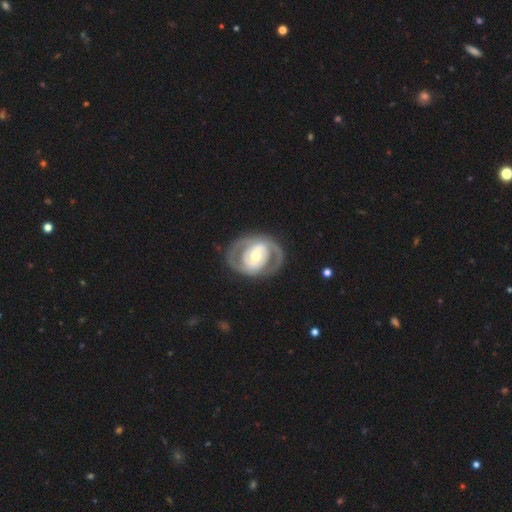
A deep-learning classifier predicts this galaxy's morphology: Overall: featured or disk (77%). Edge-on disk: no (96%). Bar: no (45%; weak 31%). Spiral arms: yes (63%; no 37%). Bulge size: moderate (67%). Merging: none (76%).